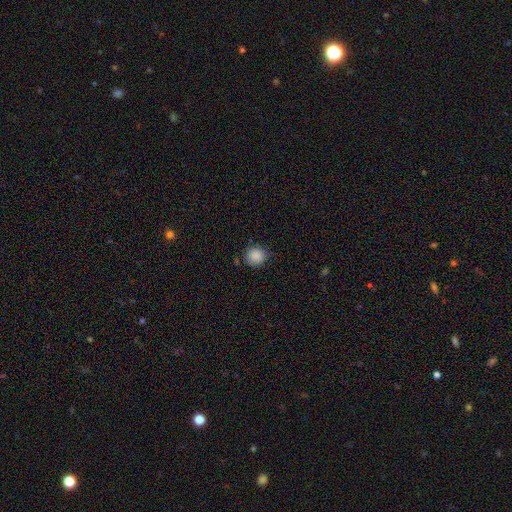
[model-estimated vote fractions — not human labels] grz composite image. It shows a smooth galaxy with no disk features (88%) that is round (89%). Merging: none (80%).